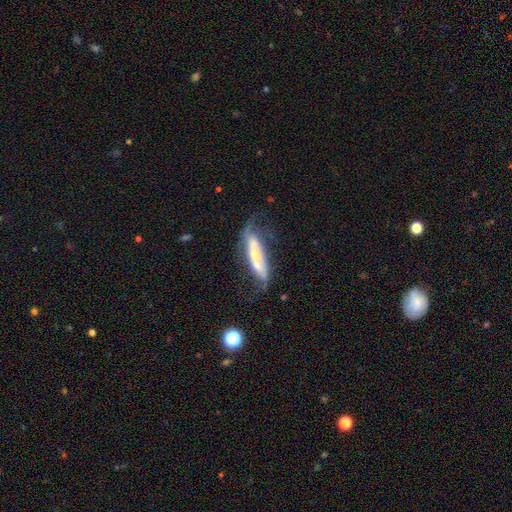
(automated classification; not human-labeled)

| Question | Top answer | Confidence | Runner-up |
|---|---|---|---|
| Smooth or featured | featured or disk | 66% | smooth (27%) |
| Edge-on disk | no | 64% | yes (36%) |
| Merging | none | 43% | minor disturbance (26%) |